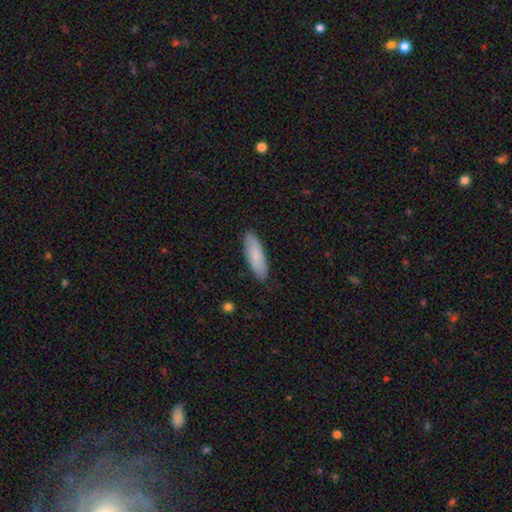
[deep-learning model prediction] This appears to be a smooth galaxy with no disk features (84%) that is in between round and cigar-shaped (50%). Merging: none (88%).